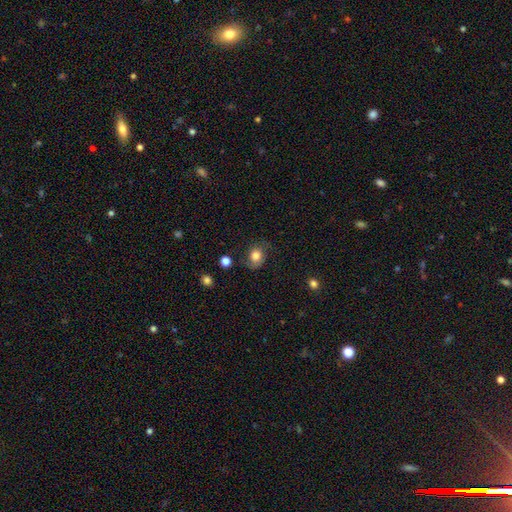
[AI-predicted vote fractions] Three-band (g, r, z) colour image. It shows a smooth galaxy with no disk features (73%) that is round (58%). Merging: none (63%).